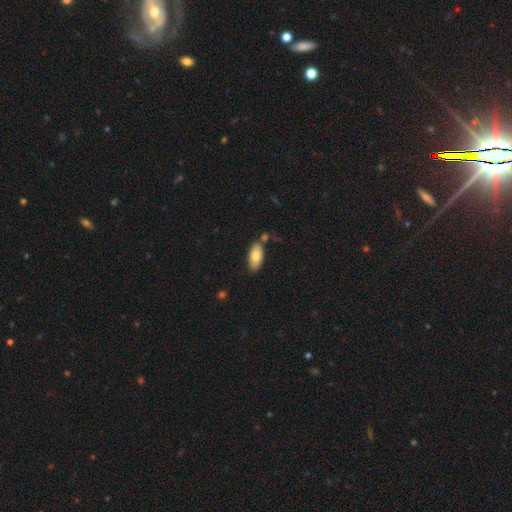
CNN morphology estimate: Smooth or featured? smooth (78%)
How rounded? in between (90%)
Merging? none (75%)